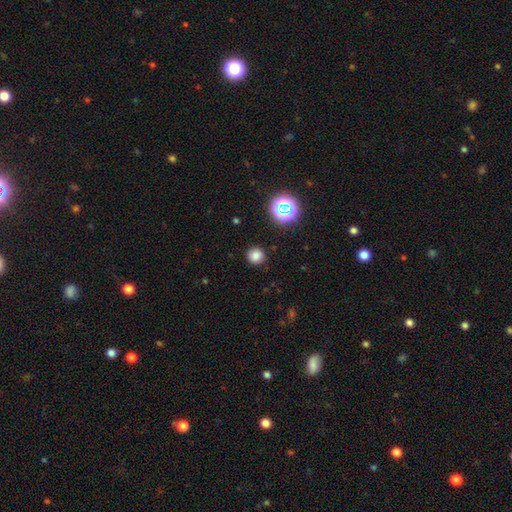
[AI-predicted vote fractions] Smooth or featured: smooth — 78% (star or artifact — 17%)
How rounded: round — 94% (in between — 6%)
Merging: none — 90% (minor disturbance — 6%)